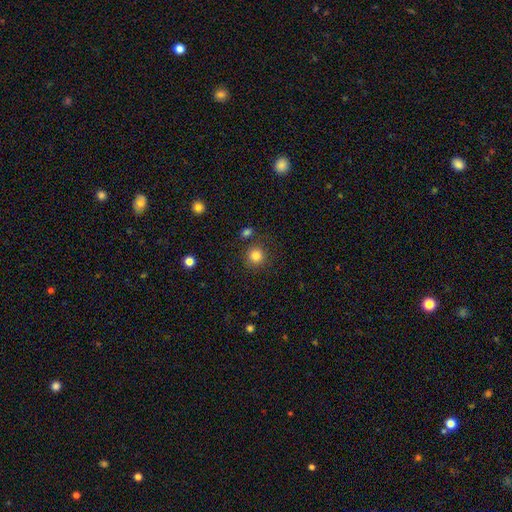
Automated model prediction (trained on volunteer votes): Smooth or featured: smooth — 84% (star or artifact — 11%)
How rounded: round — 92% (in between — 7%)
Merging: none — 82% (minor disturbance — 9%)